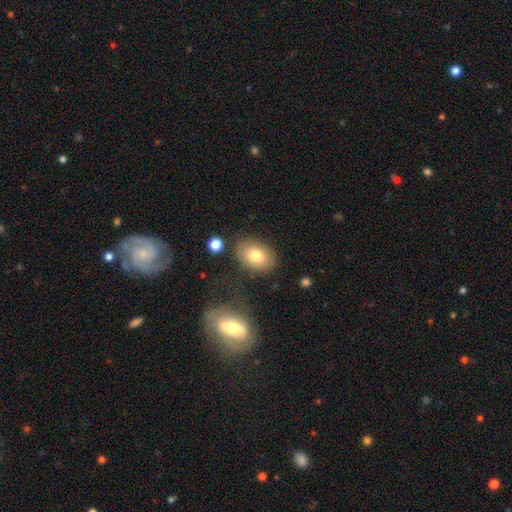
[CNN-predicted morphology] Smooth or featured?
  - smooth: 78% *
  - featured or disk: 14%
  - star or artifact: 8%
How rounded?
  - in between: 82% *
  - round: 17%
  - cigar-shaped: 1%
Merging?
  - none: 79% *
  - minor disturbance: 13%
  - merger: 4%
  - major disturbance: 4%